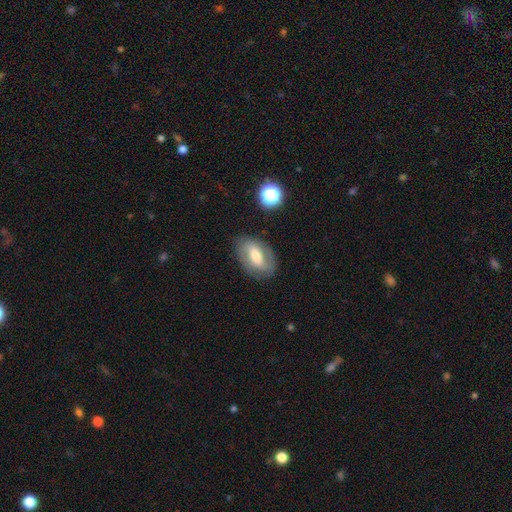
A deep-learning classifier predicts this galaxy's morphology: smooth_or_featured: featured or disk (p=0.55) [alt: smooth p=0.37]
disk_edge_on: no (p=0.92) [alt: yes p=0.08]
bar: strong (p=0.39) [tied with: weak p=0.39]
has_spiral_arms: yes (p=0.68) [alt: no p=0.32]
bulge_size: moderate (p=0.59) [alt: small p=0.26]
merging: none (p=0.80) [alt: minor disturbance p=0.14]